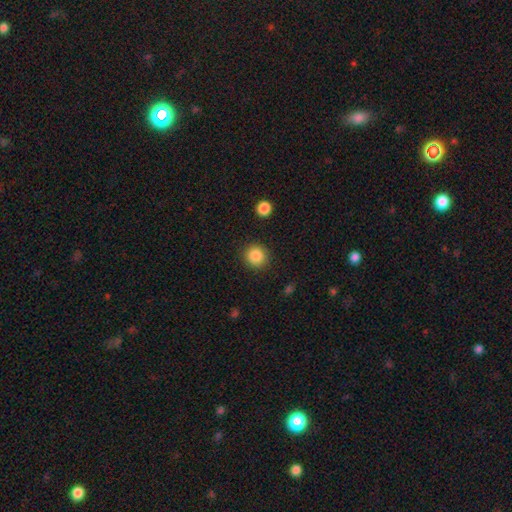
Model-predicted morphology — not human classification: The model was most divided on "smooth or featured": smooth: 87%, star or artifact: 9%, featured or disk: 4%. More confident: how rounded — round (92%); merging — none (90%).